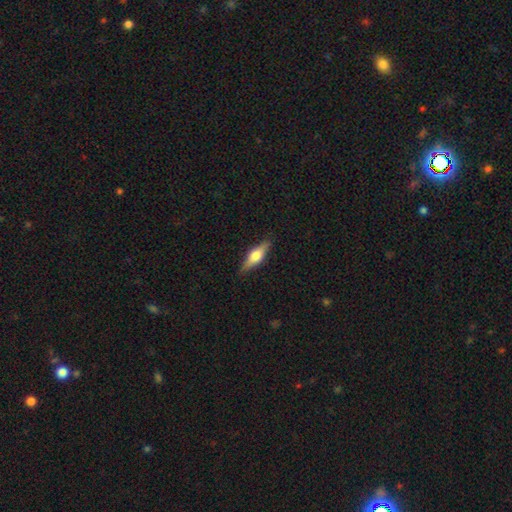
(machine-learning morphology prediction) A featured or disk galaxy (54%) viewed edge-on (94%) with a rounded central bulge (91%). Merging: none (87%).